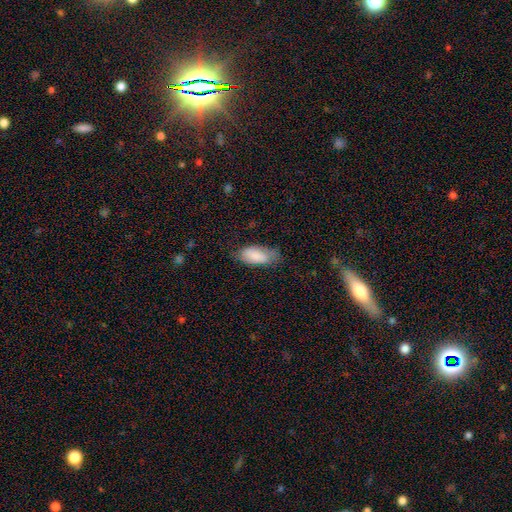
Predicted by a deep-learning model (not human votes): Smooth or featured? smooth (84%)
How rounded? in between (91%)
Merging? none (59%)